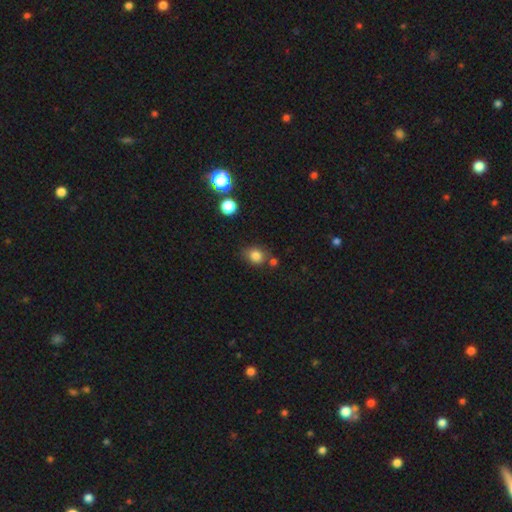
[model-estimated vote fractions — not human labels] Smooth or featured?
  - smooth: 82% *
  - star or artifact: 12%
  - featured or disk: 6%
How rounded?
  - round: 60% *
  - in between: 39%
  - cigar-shaped: 1%
Merging?
  - none: 70% *
  - minor disturbance: 16%
  - merger: 10%
  - major disturbance: 4%